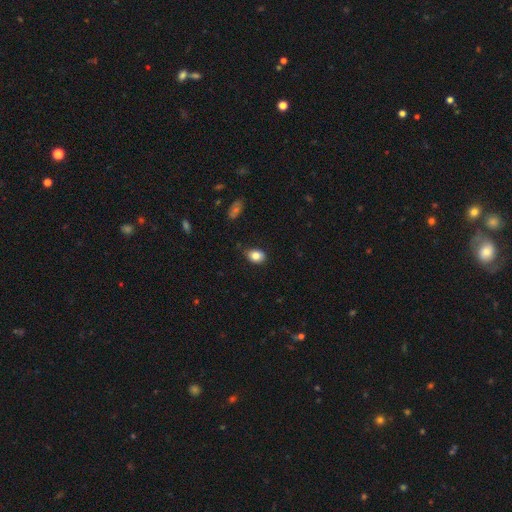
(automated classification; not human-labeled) smooth_or_featured: smooth (p=0.83) [alt: star or artifact p=0.09]
how_rounded: in between (p=0.72) [alt: round p=0.27]
merging: none (p=0.78) [alt: minor disturbance p=0.18]